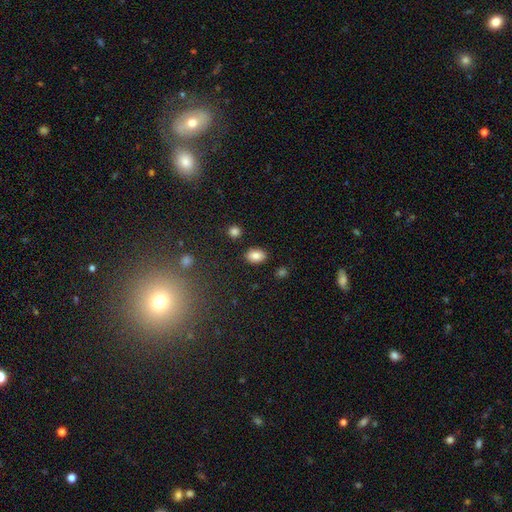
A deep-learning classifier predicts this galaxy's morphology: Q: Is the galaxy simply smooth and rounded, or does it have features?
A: smooth — 84%.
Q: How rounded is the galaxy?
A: in between — 79%.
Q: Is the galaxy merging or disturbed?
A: none — 86%.